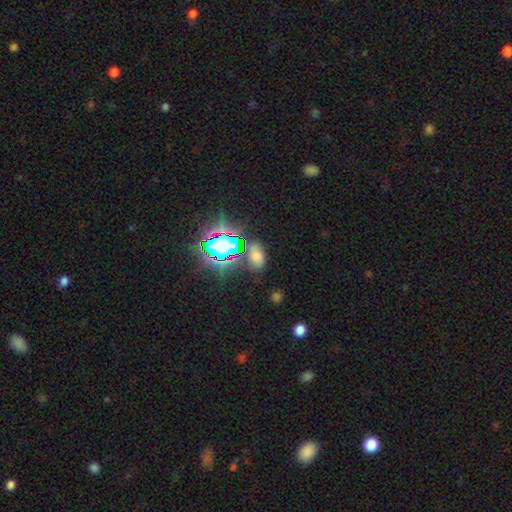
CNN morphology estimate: smooth 54%, star or artifact 36%, featured or disk 10%. Down the decision tree: how rounded — in between (87%); merging — none (71%).